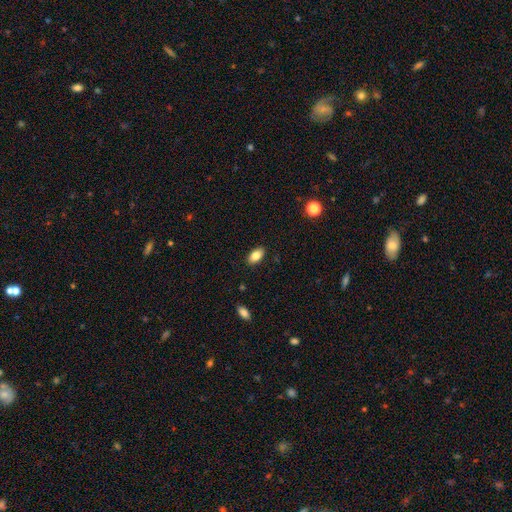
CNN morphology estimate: Smooth or featured: smooth — 82% (featured or disk — 10%)
How rounded: in between — 92% (round — 4%)
Merging: none — 88% (minor disturbance — 9%)